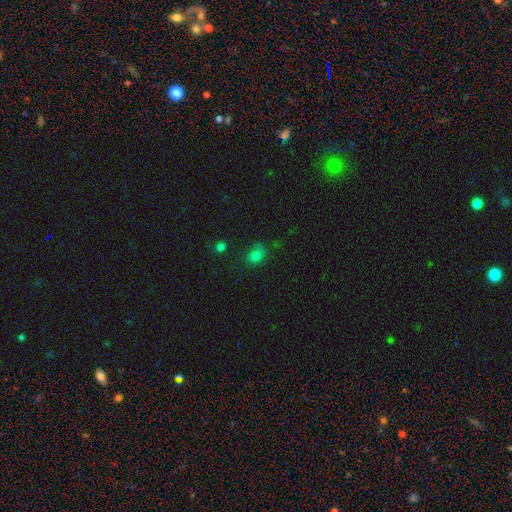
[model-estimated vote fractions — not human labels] Smooth or featured?
  - smooth: 77% *
  - star or artifact: 16%
  - featured or disk: 7%
How rounded?
  - in between: 56% *
  - round: 42%
  - cigar-shaped: 1%
Merging?
  - none: 70% *
  - minor disturbance: 21%
  - major disturbance: 6%
  - merger: 3%